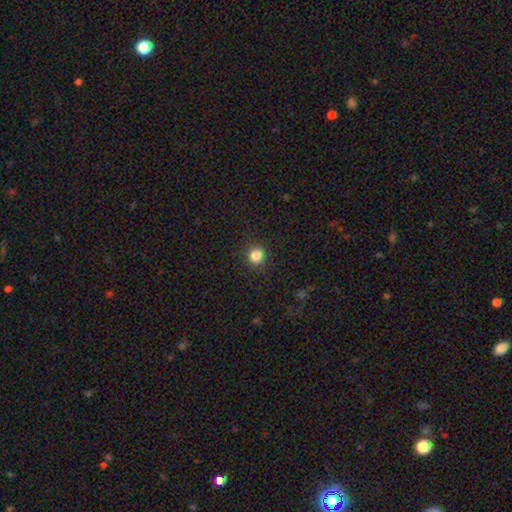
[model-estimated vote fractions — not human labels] Smooth or featured: smooth — 85% (star or artifact — 11%)
How rounded: round — 91% (in between — 8%)
Merging: none — 91% (minor disturbance — 6%)